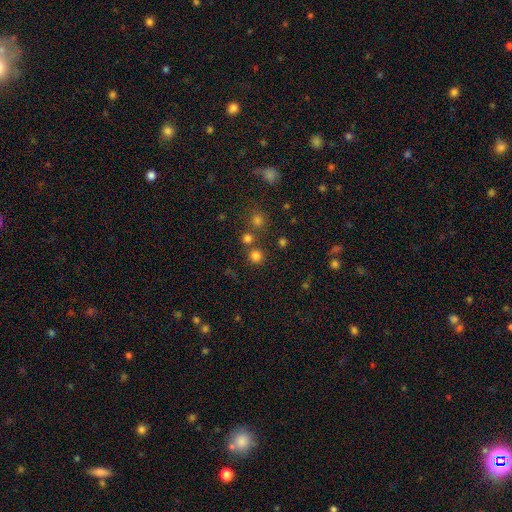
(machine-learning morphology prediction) A smooth galaxy with no disk features (77%) that is round (93%).

Vote fractions:
- Smooth or featured? smooth: 77% / star or artifact: 19% / featured or disk: 5%
- How rounded? round: 93% / in between: 6% / cigar-shaped: 1%
- Merging? none: 78% / merger: 13% / minor disturbance: 6% / major disturbance: 3%